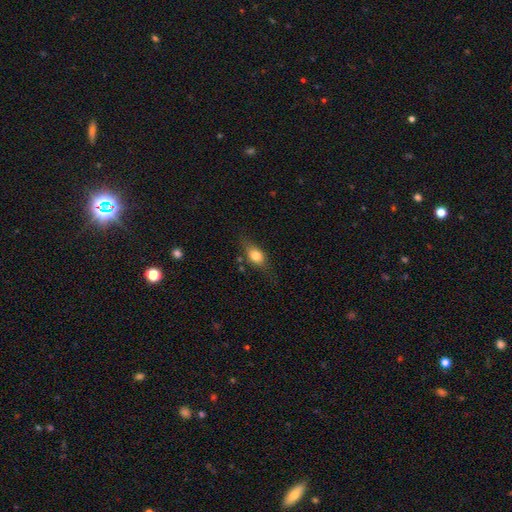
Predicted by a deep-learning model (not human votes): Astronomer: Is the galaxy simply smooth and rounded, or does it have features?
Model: smooth — 73%.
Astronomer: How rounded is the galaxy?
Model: in between — 73%.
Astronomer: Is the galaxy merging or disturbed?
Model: none — 66%.